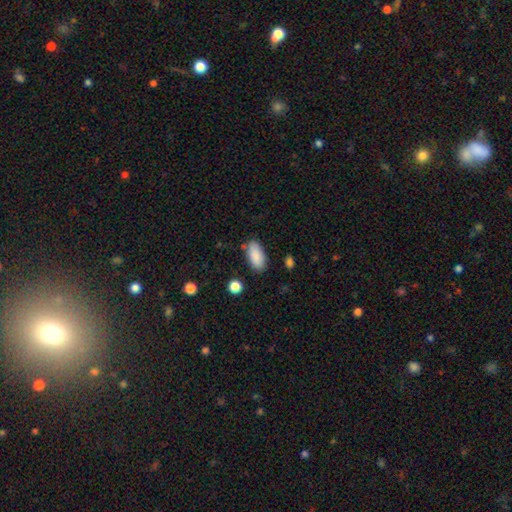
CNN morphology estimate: Smooth or featured? smooth (89%)
How rounded? in between (90%)
Merging? none (82%)